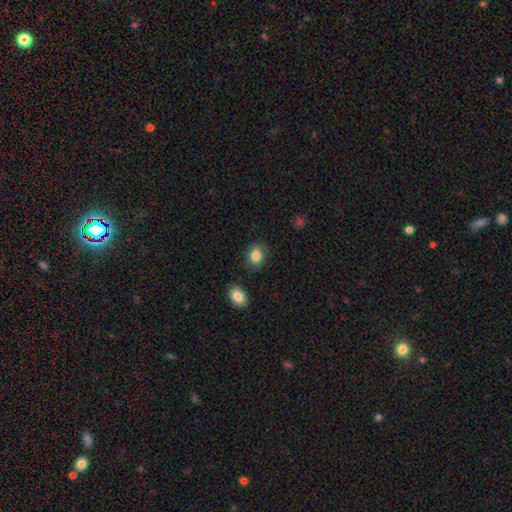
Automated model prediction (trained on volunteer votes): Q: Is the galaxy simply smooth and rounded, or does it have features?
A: smooth — 84%.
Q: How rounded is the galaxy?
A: in between — 76%.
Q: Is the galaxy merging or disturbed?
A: none — 82%.